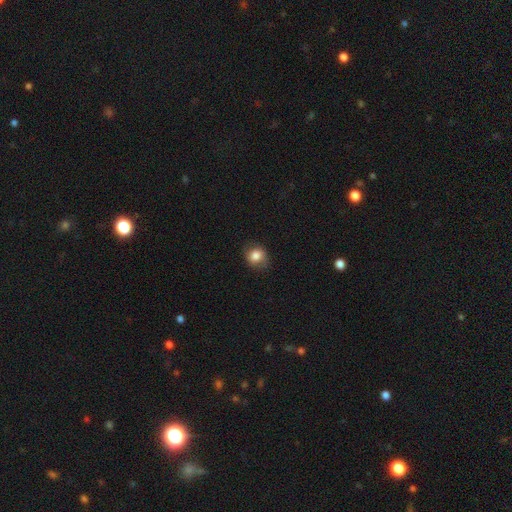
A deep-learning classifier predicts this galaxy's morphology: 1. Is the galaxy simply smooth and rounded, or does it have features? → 80% smooth, 12% featured or disk, 8% star or artifact.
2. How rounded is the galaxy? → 66% round, 33% in between, 1% cigar-shaped.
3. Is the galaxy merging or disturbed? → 77% none, 17% minor disturbance, 5% major disturbance, 1% merger.